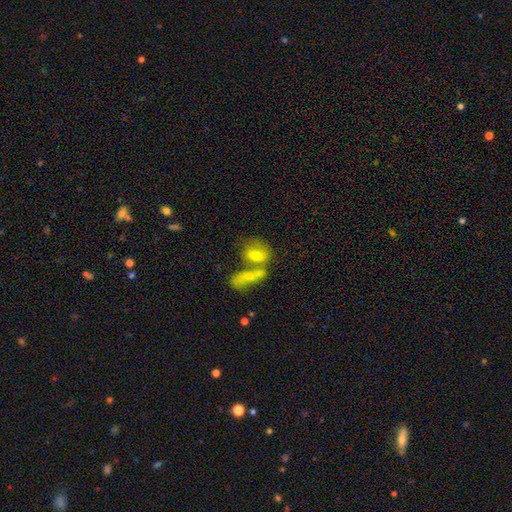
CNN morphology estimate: This is likely a smooth galaxy (63%). How rounded: likely in between (65%). Merging: possibly merger (59%).